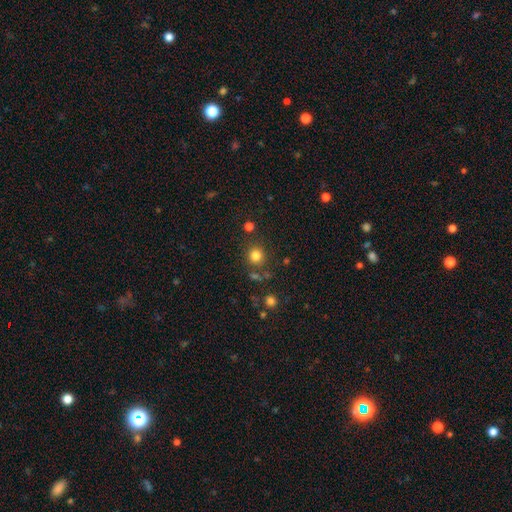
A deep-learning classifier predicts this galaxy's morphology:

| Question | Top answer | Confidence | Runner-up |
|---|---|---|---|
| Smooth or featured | smooth | 81% | star or artifact (14%) |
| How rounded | round | 92% | in between (7%) |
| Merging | none | 81% | minor disturbance (8%) |